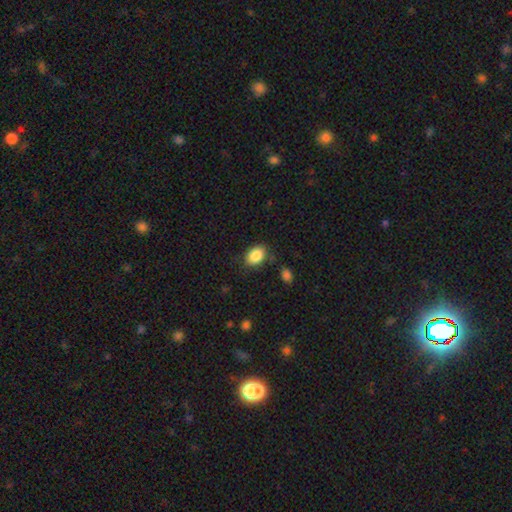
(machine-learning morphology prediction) The model was most divided on "how rounded": in between: 82%, round: 17%, cigar-shaped: 1%. More confident: smooth or featured — smooth (88%); merging — none (80%).